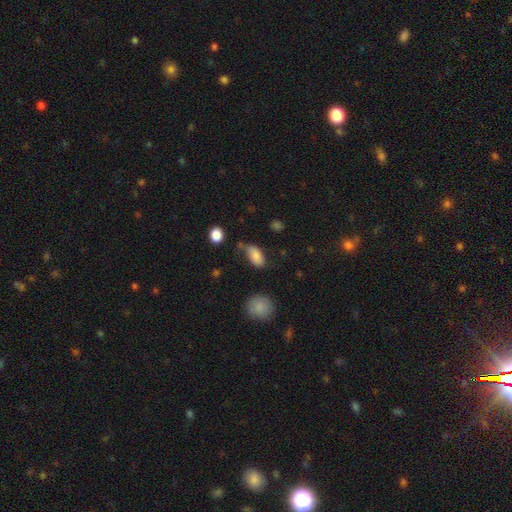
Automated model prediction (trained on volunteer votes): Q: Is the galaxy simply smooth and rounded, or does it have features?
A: smooth — 81%.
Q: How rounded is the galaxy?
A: in between — 91%.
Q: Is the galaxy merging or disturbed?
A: none — 49%.